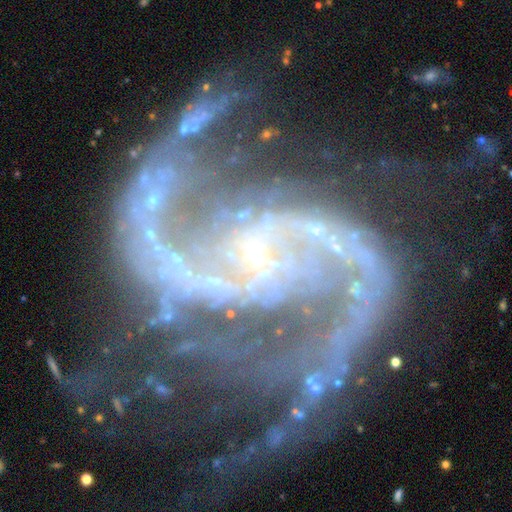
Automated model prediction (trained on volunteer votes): Smooth or featured? Predicted: featured or disk (p=0.93). Edge-on disk? Predicted: no (p=0.98). Bar? Predicted: no (p=0.47). Spiral arms? Predicted: yes (p=0.99). Spiral winding? Predicted: medium (p=0.54). Spiral arm count? Predicted: 2 (p=0.88). Bulge size? Predicted: small (p=0.86). Merging? Predicted: none (p=0.59).